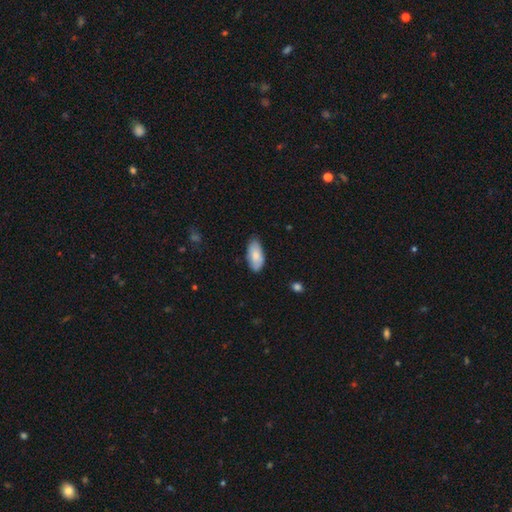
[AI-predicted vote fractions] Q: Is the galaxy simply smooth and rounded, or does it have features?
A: smooth — 79%.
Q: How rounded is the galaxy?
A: in between — 92%.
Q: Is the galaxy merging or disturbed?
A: none — 76%.